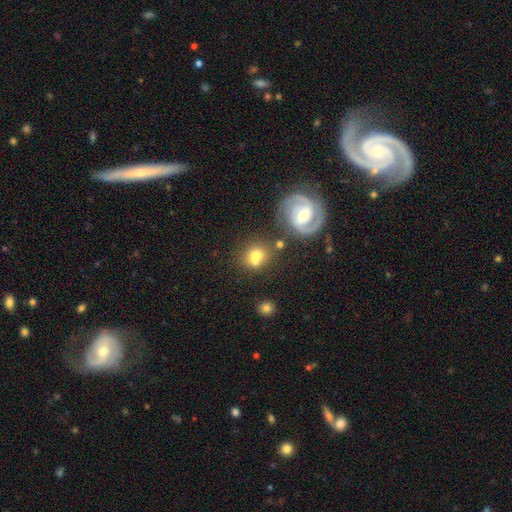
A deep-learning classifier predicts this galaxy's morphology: Overall: smooth (63%; featured or disk 26%). How rounded: round (73%). Merging: none (51%; merger 31%).